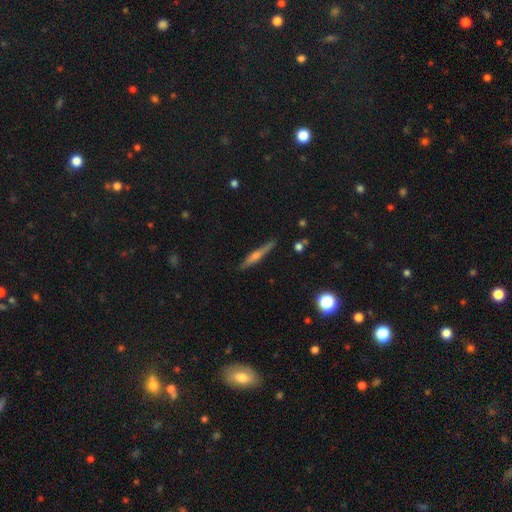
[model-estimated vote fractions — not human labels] The model was most divided on "smooth or featured": featured or disk: 65%, smooth: 28%, star or artifact: 8%. More confident: edge-on disk — yes (97%); merging — none (88%); edge-on bulge — rounded (78%).